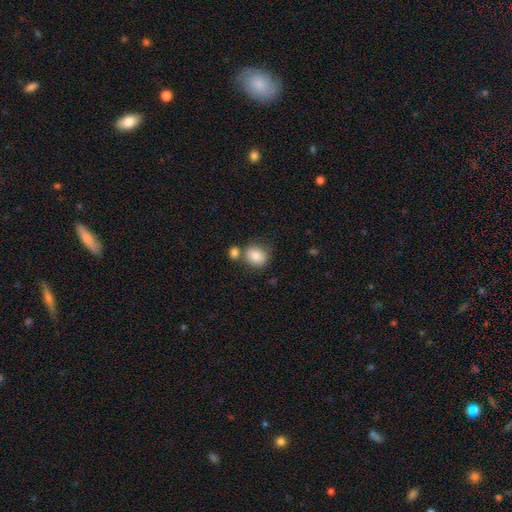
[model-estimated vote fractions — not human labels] smooth 83%, star or artifact 9%, featured or disk 9%. Down the decision tree: how rounded — round (65%); merging — none (59%).